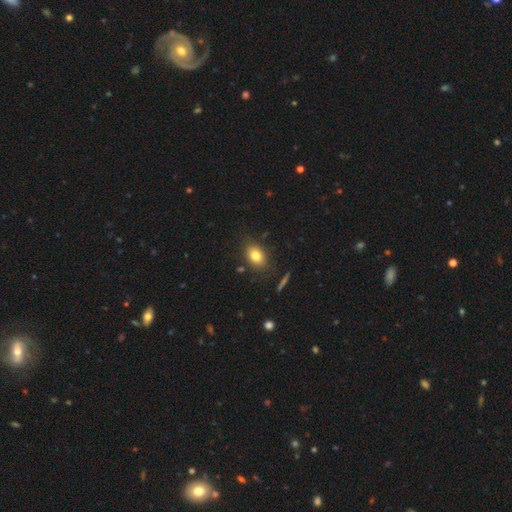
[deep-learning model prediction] Smooth or featured?
  - smooth: 80% *
  - featured or disk: 10%
  - star or artifact: 10%
How rounded?
  - in between: 74% *
  - round: 25%
  - cigar-shaped: 2%
Merging?
  - none: 83% *
  - minor disturbance: 11%
  - major disturbance: 3%
  - merger: 2%